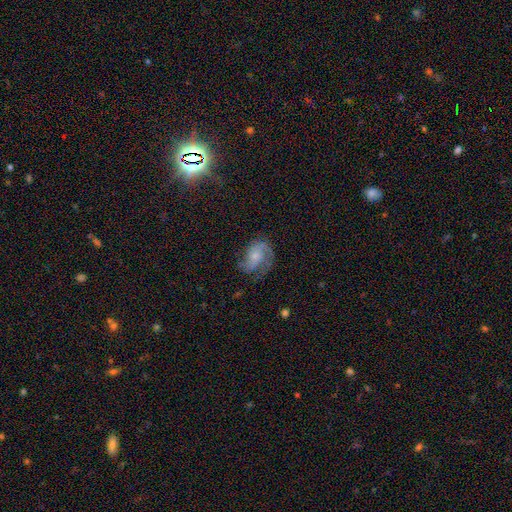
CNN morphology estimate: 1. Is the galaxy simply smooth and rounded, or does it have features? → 68% featured or disk, 24% smooth, 8% star or artifact.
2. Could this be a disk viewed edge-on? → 97% no, 3% yes.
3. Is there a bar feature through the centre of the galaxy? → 68% no, 27% weak, 5% strong.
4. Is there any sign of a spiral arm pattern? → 89% yes, 11% no.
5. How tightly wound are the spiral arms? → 46% medium, 30% loose, 25% tight.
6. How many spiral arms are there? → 49% 2, 17% can't tell, 16% 1, 13% 3, 3% 4, 3% more than 4.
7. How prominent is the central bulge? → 55% small, 29% moderate, 10% none, 4% large, 1% dominant.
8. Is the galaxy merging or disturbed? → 53% none, 23% minor disturbance, 22% major disturbance, 2% merger.